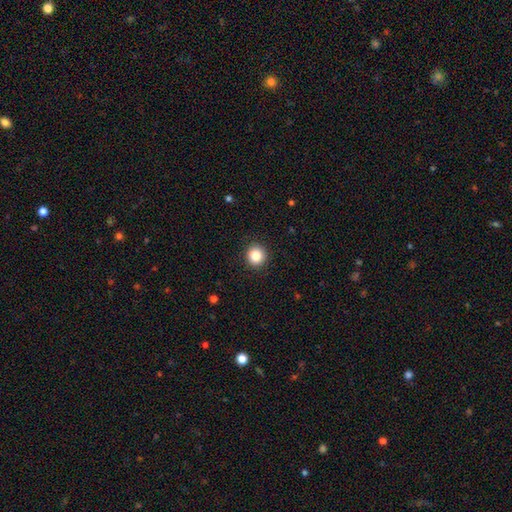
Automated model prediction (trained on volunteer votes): Q: Smooth or featured?
A: smooth (85%); runner-up: star or artifact (10%)
Q: How rounded?
A: round (91%); runner-up: in between (8%)
Q: Merging?
A: none (92%); runner-up: minor disturbance (6%)